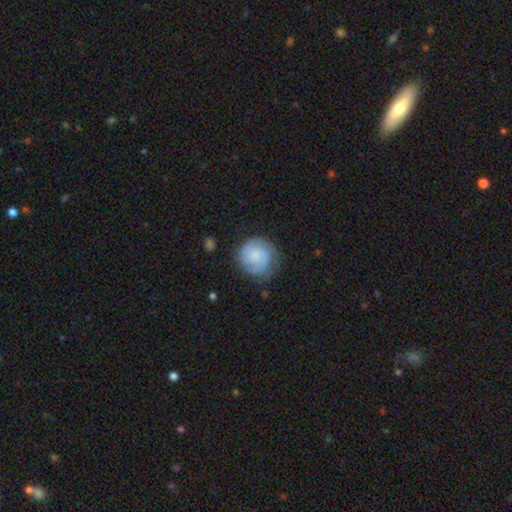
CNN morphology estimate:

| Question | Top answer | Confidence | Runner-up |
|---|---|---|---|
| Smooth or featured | featured or disk | 48% | smooth (45%) |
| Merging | none | 67% | minor disturbance (21%) |